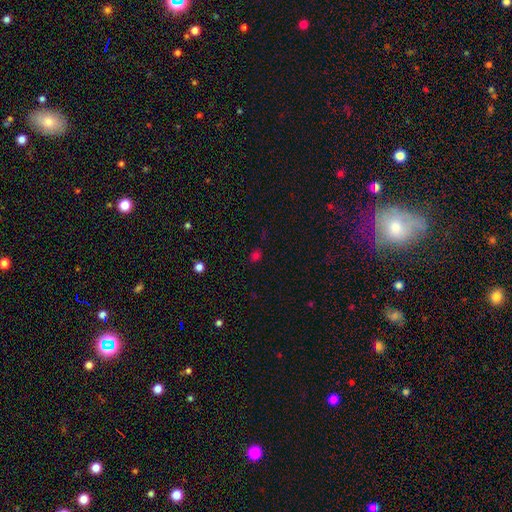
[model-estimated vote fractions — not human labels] A smooth galaxy with no disk features (65%) that is round (53%). Merging: none (79%).